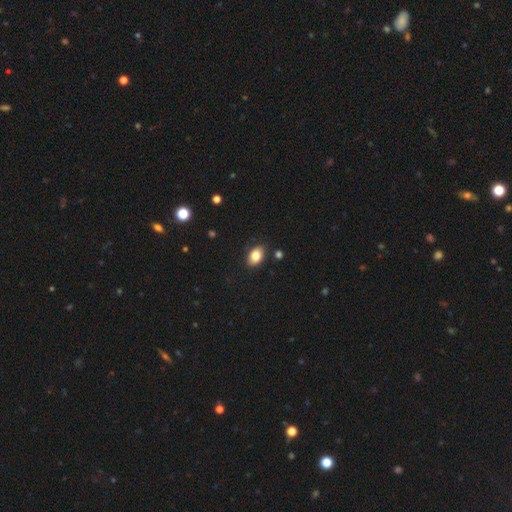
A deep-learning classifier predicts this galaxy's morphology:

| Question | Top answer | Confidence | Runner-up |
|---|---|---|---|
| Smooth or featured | smooth | 83% | star or artifact (9%) |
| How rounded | in between | 86% | round (13%) |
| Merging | none | 85% | minor disturbance (10%) |